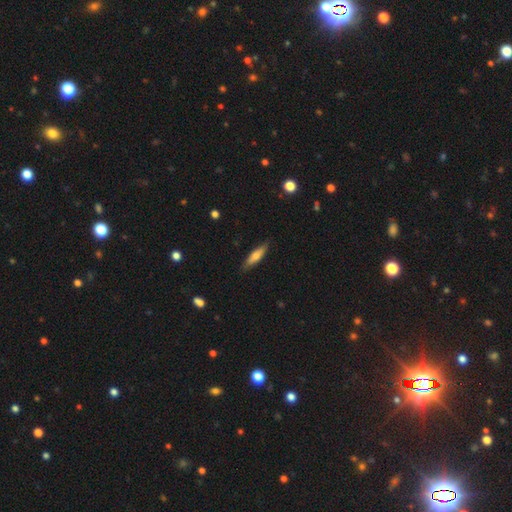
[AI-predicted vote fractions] Smooth or featured: smooth — 63% (featured or disk — 31%)
How rounded: cigar-shaped — 73% (in between — 26%)
Merging: none — 85% (minor disturbance — 12%)